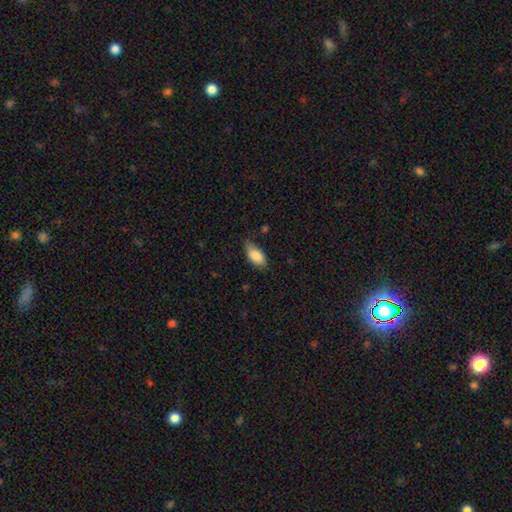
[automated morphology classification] type=smooth (86%); roundness=in between (91%); merging=none (74%).